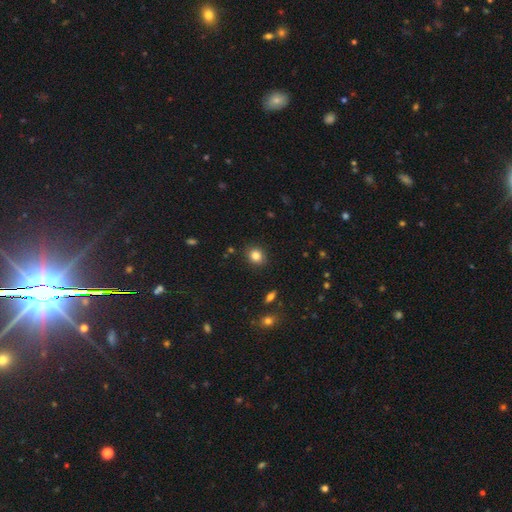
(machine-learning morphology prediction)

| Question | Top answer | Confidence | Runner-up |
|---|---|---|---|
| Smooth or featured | smooth | 84% | star or artifact (11%) |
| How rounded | round | 66% | in between (33%) |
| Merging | none | 88% | minor disturbance (8%) |